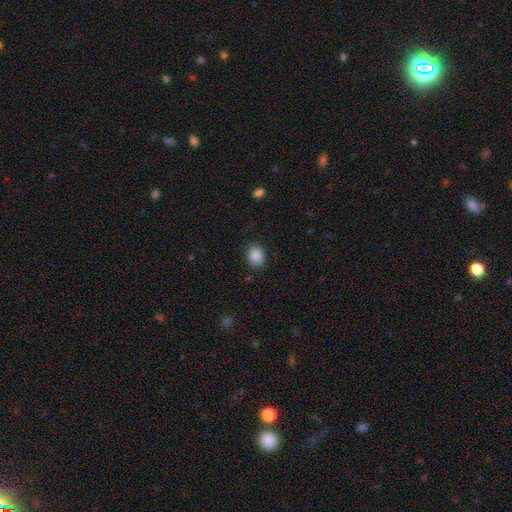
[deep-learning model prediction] Smooth or featured: smooth — 88% (star or artifact — 9%)
How rounded: in between — 56% (round — 43%)
Merging: none — 85% (minor disturbance — 10%)